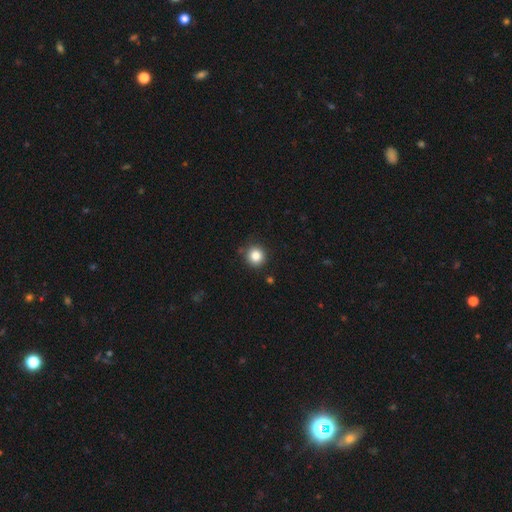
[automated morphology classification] type=smooth (83%); roundness=round (93%); merging=none (87%).